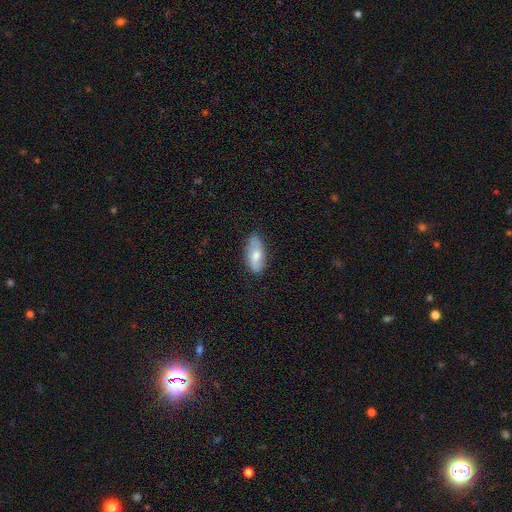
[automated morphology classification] A smooth galaxy with no disk features (69%) that is in between round and cigar-shaped (87%). Merging: none (79%).